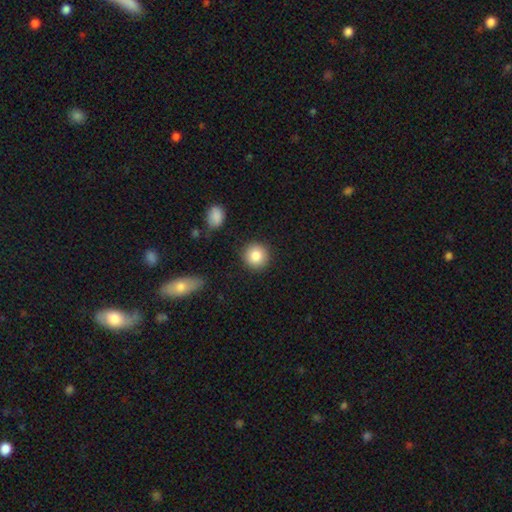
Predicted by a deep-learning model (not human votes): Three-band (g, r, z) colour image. It shows a smooth galaxy with no disk features (86%) that is round (93%). Merging: none (89%).